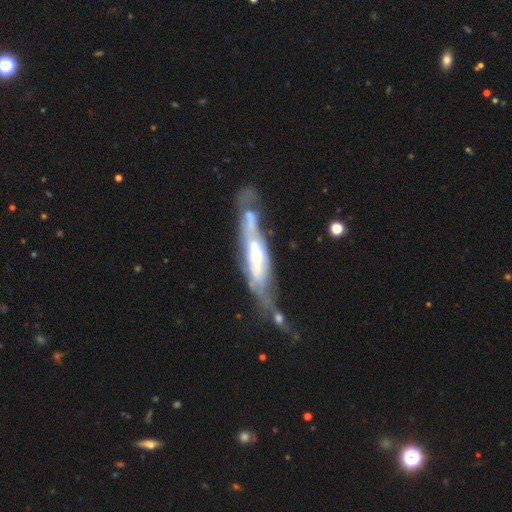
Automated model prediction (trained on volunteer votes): The model was most divided on "merging": major disturbance: 29%, none: 28%, minor disturbance: 22%, merger: 21%. More confident: smooth or featured — featured or disk (69%); edge-on disk — no (56%).